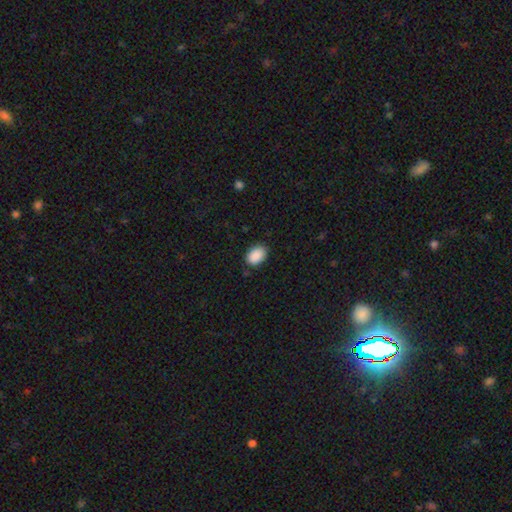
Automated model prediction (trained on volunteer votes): Smooth or featured? smooth (90%)
How rounded? in between (84%)
Merging? none (84%)